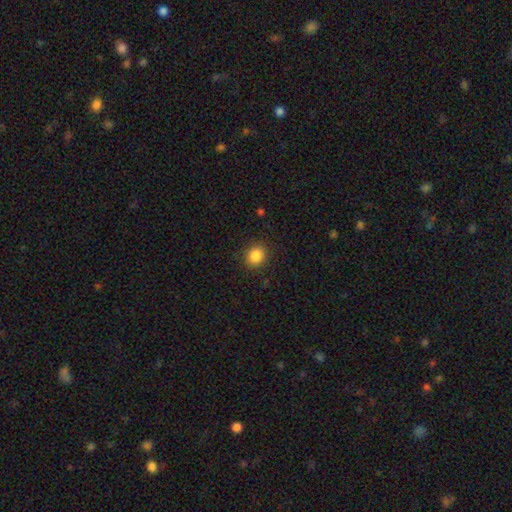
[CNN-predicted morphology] smooth 86%, star or artifact 10%, featured or disk 4%. Down the decision tree: how rounded — round (77%); merging — none (89%).